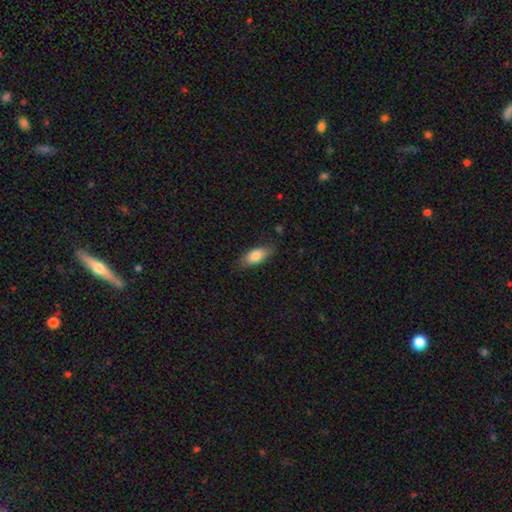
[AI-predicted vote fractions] Smooth or featured: smooth — 82% (featured or disk — 11%)
How rounded: in between — 84% (cigar-shaped — 13%)
Merging: none — 80% (minor disturbance — 15%)